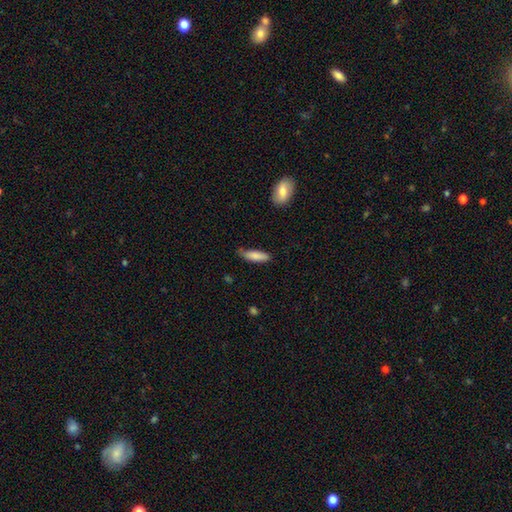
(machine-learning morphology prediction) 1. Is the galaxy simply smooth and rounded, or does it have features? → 84% smooth, 10% featured or disk, 6% star or artifact.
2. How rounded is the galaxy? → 52% cigar-shaped, 46% in between, 2% round.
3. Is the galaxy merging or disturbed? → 68% none, 26% minor disturbance, 4% major disturbance, 2% merger.